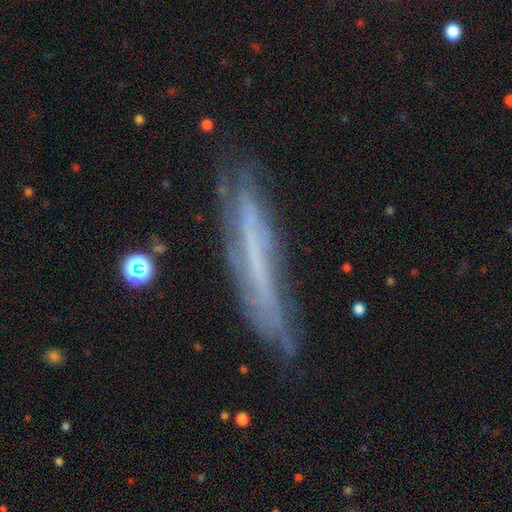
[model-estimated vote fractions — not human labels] smooth_or_featured: featured or disk (p=0.61) [alt: smooth p=0.30]
disk_edge_on: yes (p=0.70) [alt: no p=0.30]
merging: none (p=0.68) [alt: minor disturbance p=0.22]